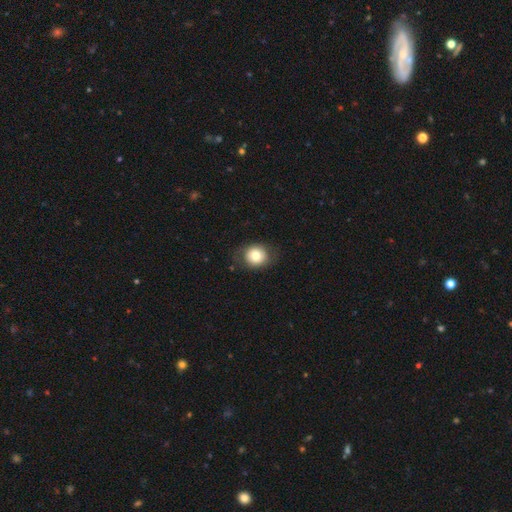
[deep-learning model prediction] Smooth or featured? Predicted: smooth (p=0.76). How rounded? Predicted: round (p=0.78). Merging? Predicted: none (p=0.78).